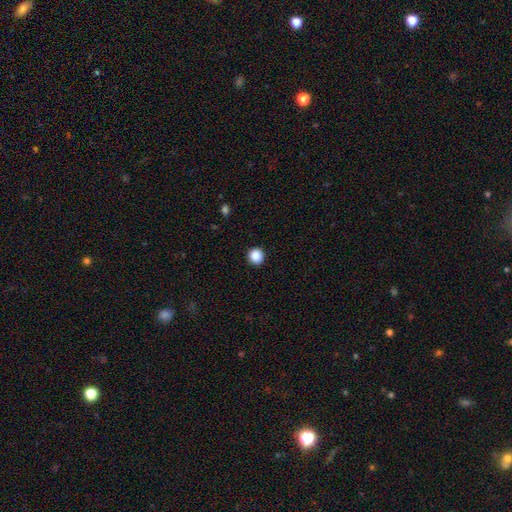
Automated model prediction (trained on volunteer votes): Q: Smooth or featured?
A: smooth (88%); runner-up: star or artifact (9%)
Q: How rounded?
A: round (94%); runner-up: in between (5%)
Q: Merging?
A: none (93%); runner-up: minor disturbance (5%)